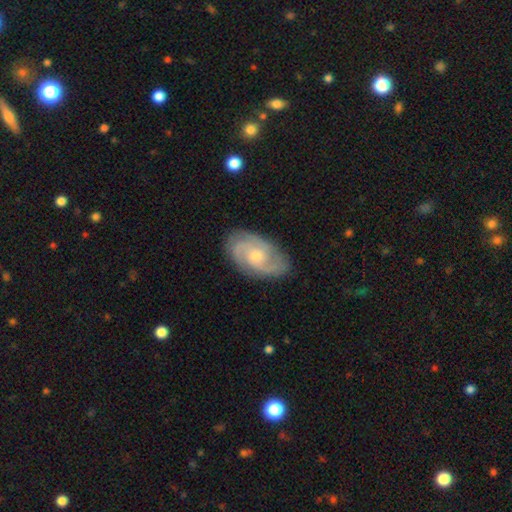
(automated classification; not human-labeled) A featured or disk galaxy (83%) with no bar (70%), 2 (43%) tight (48%) spiral arms (96%) and a small central bulge (55%).

Vote fractions:
- Smooth or featured? featured or disk: 83% / smooth: 12% / star or artifact: 5%
- Edge-on disk? no: 97% / yes: 3%
- Bar? no: 70% / weak: 27% / strong: 3%
- Spiral arms? yes: 96% / no: 4%
- Spiral winding? tight: 48% / medium: 42% / loose: 9%
- Spiral arm count? 2: 43% / 3: 32% / can't tell: 14% / 4: 5% / 1: 3% / more than 4: 3%
- Bulge size? small: 55% / moderate: 41% / none: 2% / large: 2% / dominant: 1%
- Merging? none: 82% / minor disturbance: 14% / major disturbance: 3% / merger: 1%